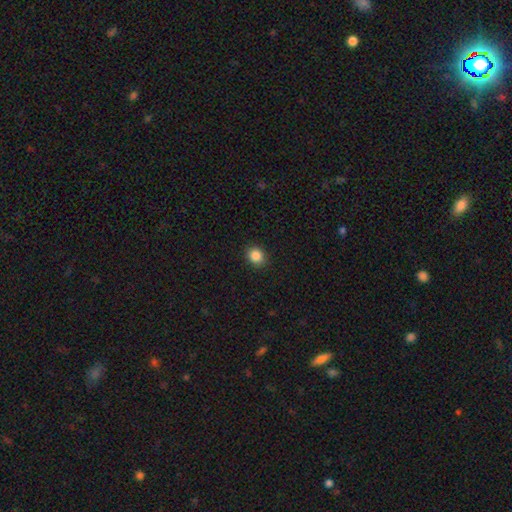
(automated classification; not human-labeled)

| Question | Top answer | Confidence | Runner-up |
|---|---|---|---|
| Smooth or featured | smooth | 86% | star or artifact (10%) |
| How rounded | round | 72% | in between (27%) |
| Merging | none | 90% | minor disturbance (7%) |